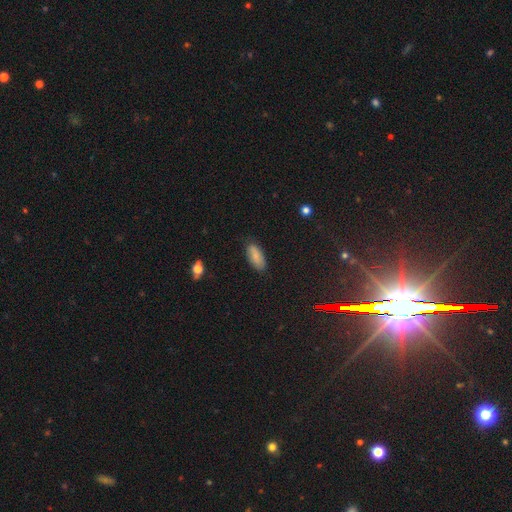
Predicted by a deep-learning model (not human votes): Overall: smooth (82%). How rounded: in between (86%). Merging: none (80%).